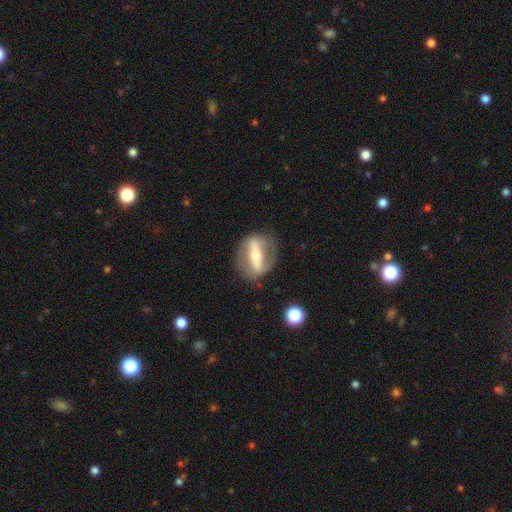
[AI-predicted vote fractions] Q: Smooth or featured?
A: featured or disk (71%); runner-up: smooth (23%)
Q: Edge-on disk?
A: no (71%); runner-up: yes (29%)
Q: Bar?
A: strong (81%); runner-up: weak (11%)
Q: Spiral arms?
A: no (65%); runner-up: yes (35%)
Q: Bulge size?
A: moderate (44%); tied with: small (44%)
Q: Merging?
A: none (76%); runner-up: minor disturbance (14%)